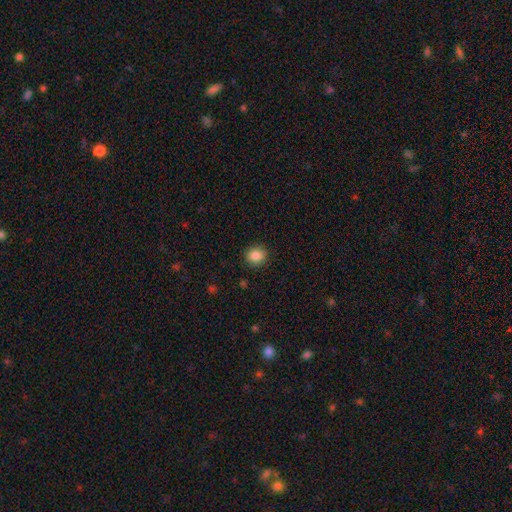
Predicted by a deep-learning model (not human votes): This appears to be a smooth galaxy with no disk features (86%) that is round (76%). Merging: none (90%).